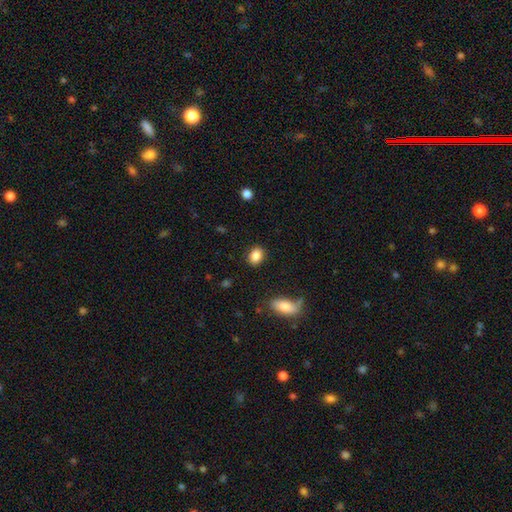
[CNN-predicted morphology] Smooth or featured: smooth — 87% (star or artifact — 8%)
How rounded: in between — 64% (round — 35%)
Merging: none — 86% (minor disturbance — 9%)